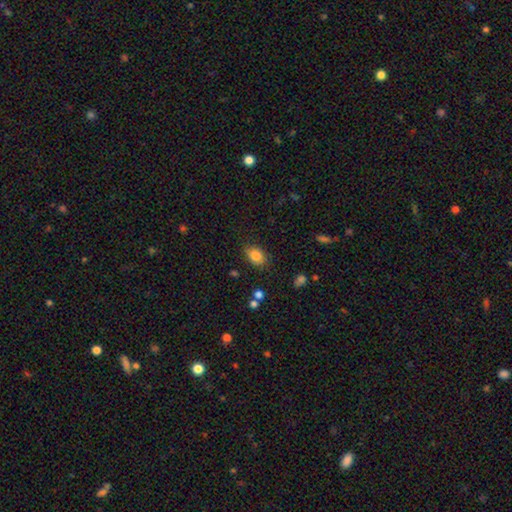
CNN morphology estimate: Smooth or featured? Predicted: smooth (p=0.84). How rounded? Predicted: in between (p=0.77). Merging? Predicted: none (p=0.79).